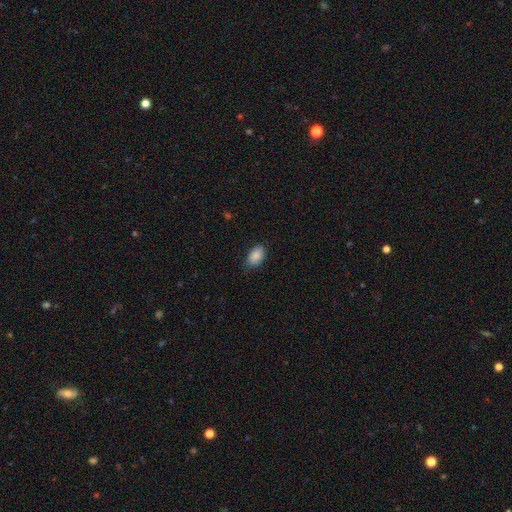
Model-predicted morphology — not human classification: This appears to be a smooth galaxy with no disk features (87%) that is in between round and cigar-shaped (91%). Merging: none (76%).